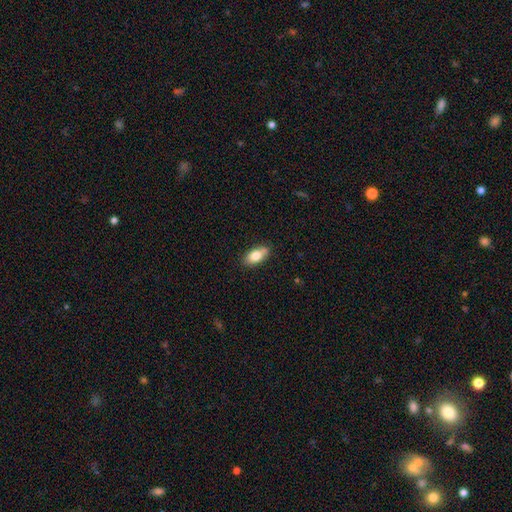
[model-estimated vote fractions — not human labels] Overall: smooth (79%). How rounded: in between (88%). Merging: none (80%).